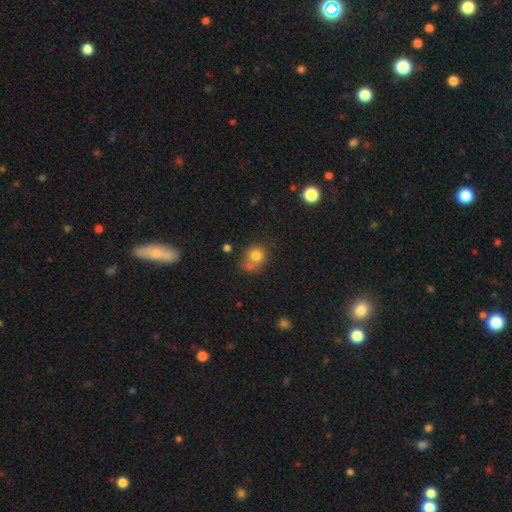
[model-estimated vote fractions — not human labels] smooth_or_featured: smooth (p=0.78) [alt: featured or disk p=0.11]
how_rounded: round (p=0.69) [alt: in between p=0.30]
merging: none (p=0.44) [alt: merger p=0.23]